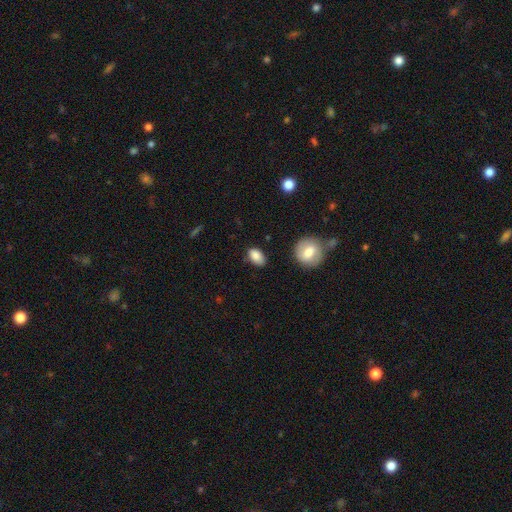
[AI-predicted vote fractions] Smooth or featured? smooth (85%)
How rounded? in between (87%)
Merging? none (77%)